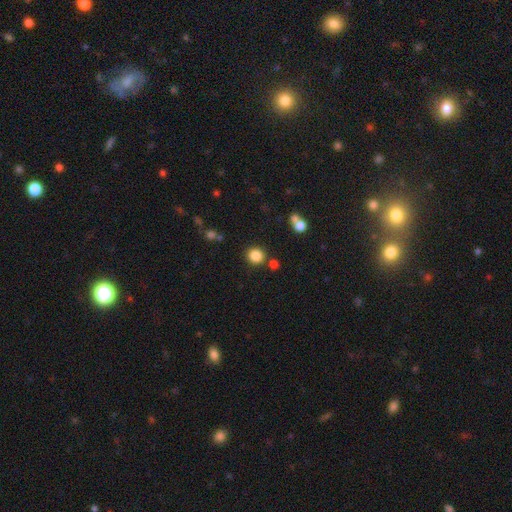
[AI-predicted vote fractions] smooth-or-featured: smooth: 85% | star or artifact: 11% | featured or disk: 5%
  how-rounded: round: 89% | in between: 10% | cigar-shaped: 1%
  merging: none: 83% | minor disturbance: 7% | merger: 7% | major disturbance: 3%